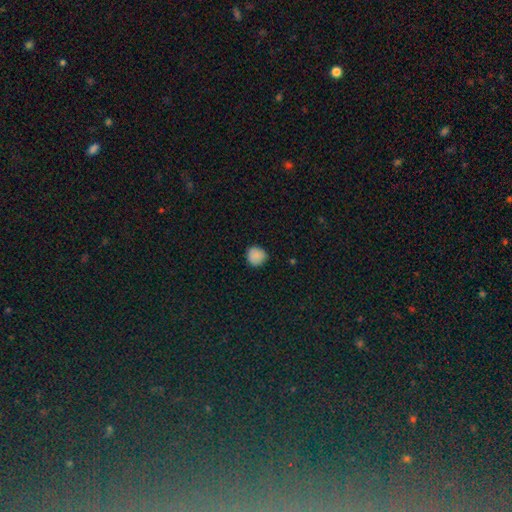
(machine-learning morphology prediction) Smooth or featured?
  - smooth: 87% *
  - star or artifact: 10%
  - featured or disk: 3%
How rounded?
  - round: 91% *
  - in between: 8%
  - cigar-shaped: 1%
Merging?
  - none: 86% *
  - minor disturbance: 11%
  - major disturbance: 2%
  - merger: 1%